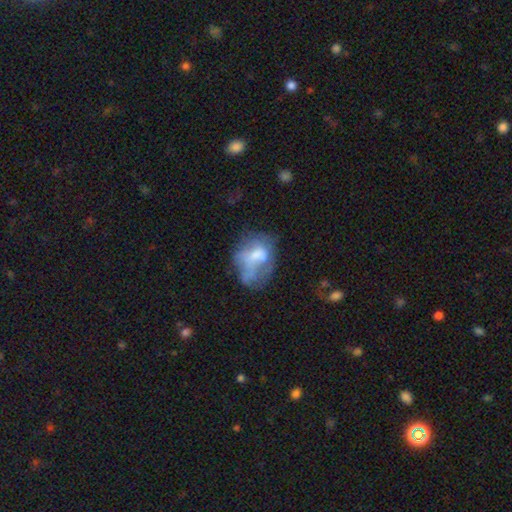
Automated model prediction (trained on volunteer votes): This is possibly a smooth galaxy (48%). Merging: marginally major disturbance (35%).